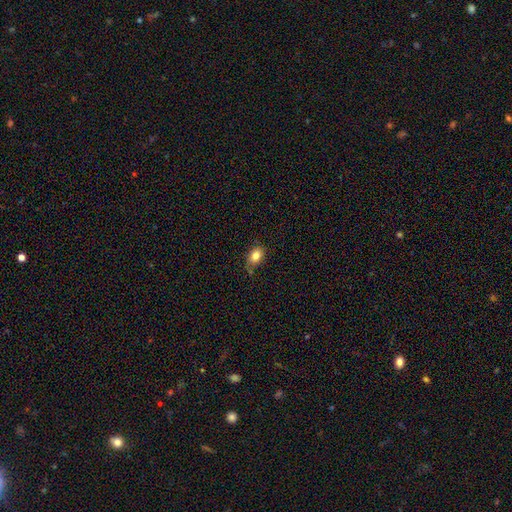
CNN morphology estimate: Smooth or featured?
  - smooth: 83% *
  - star or artifact: 9%
  - featured or disk: 8%
How rounded?
  - in between: 79% *
  - round: 19%
  - cigar-shaped: 2%
Merging?
  - none: 71% *
  - minor disturbance: 21%
  - major disturbance: 4%
  - merger: 4%